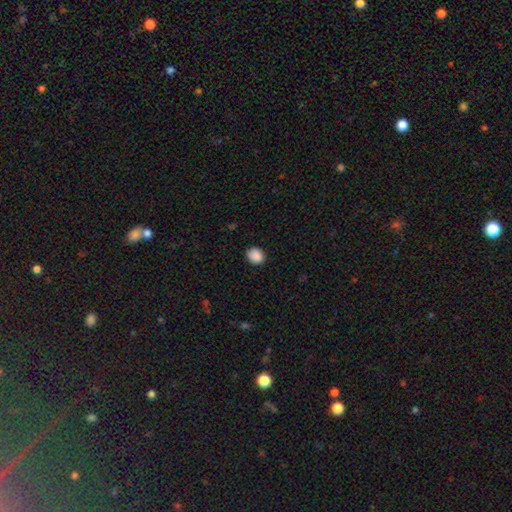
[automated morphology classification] Smooth or featured? smooth (89%)
How rounded? round (57%)
Merging? none (88%)